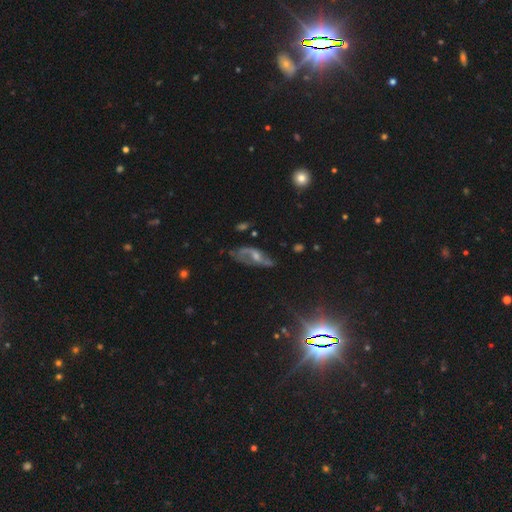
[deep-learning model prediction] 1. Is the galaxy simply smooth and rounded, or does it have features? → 65% featured or disk, 19% star or artifact, 16% smooth.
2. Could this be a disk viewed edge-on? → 86% no, 14% yes.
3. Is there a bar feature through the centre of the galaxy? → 51% no, 36% weak, 13% strong.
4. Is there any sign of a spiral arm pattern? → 75% yes, 25% no.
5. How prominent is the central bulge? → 42% small, 41% moderate, 11% none, 4% large, 2% dominant.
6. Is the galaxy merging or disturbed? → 50% none, 23% major disturbance, 22% minor disturbance, 5% merger.